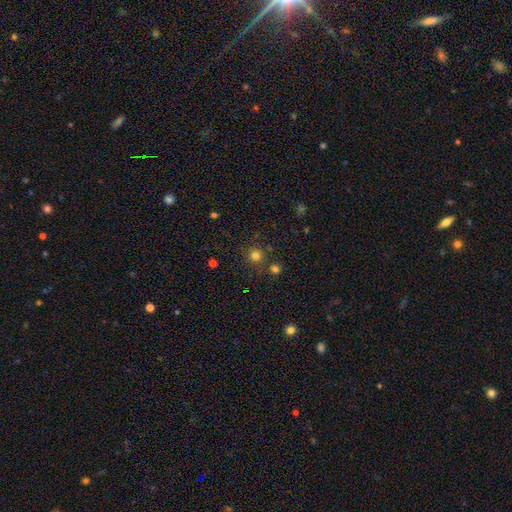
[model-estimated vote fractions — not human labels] Smooth or featured?
  - smooth: 78% *
  - star or artifact: 17%
  - featured or disk: 5%
How rounded?
  - round: 93% *
  - in between: 6%
  - cigar-shaped: 1%
Merging?
  - none: 81% *
  - merger: 8%
  - minor disturbance: 8%
  - major disturbance: 3%